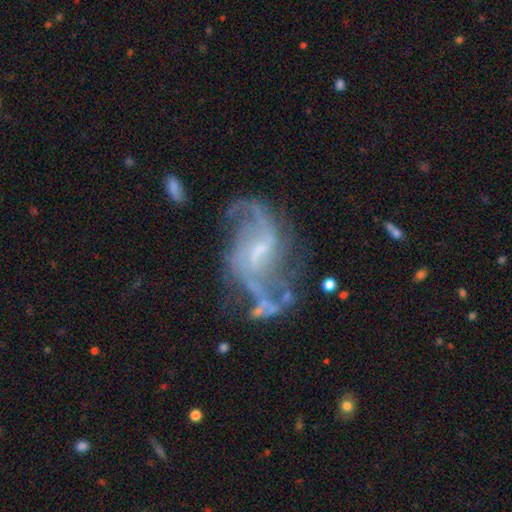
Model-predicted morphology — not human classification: This is clearly a featured or disk galaxy (88%). It is clearly not viewed edge-on (97%). Bar: possibly weak (56%). Spiral arm pattern: clearly yes (94%). Spiral arm count: likely 2 (72%). Spiral winding: possibly loose (55%). Central bulge: possibly small (56%). Merging: possibly none (51%).